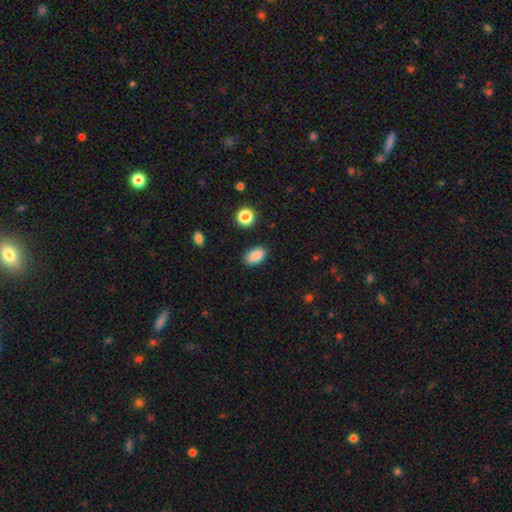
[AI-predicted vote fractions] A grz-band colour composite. It shows a smooth galaxy with no disk features (87%) that is in between round and cigar-shaped (91%). Merging: none (87%).